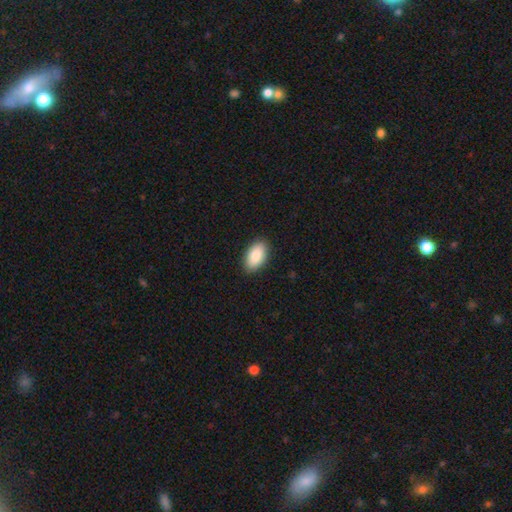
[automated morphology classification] smooth_or_featured: smooth (p=0.89) [alt: star or artifact p=0.06]
how_rounded: in between (p=0.95) [alt: round p=0.03]
merging: none (p=0.89) [alt: minor disturbance p=0.08]